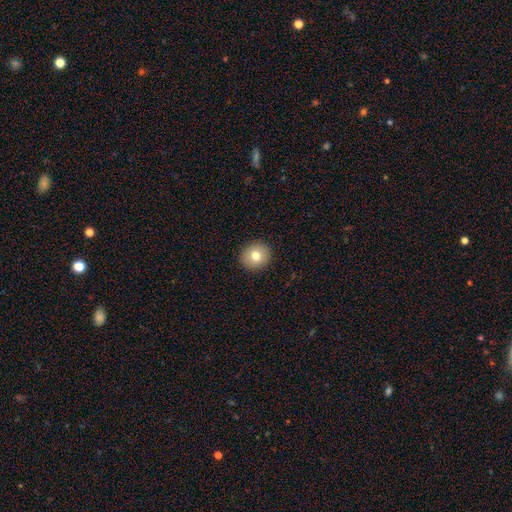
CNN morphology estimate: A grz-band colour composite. It shows a smooth galaxy with no disk features (77%) that is round (86%). Merging: none (92%).